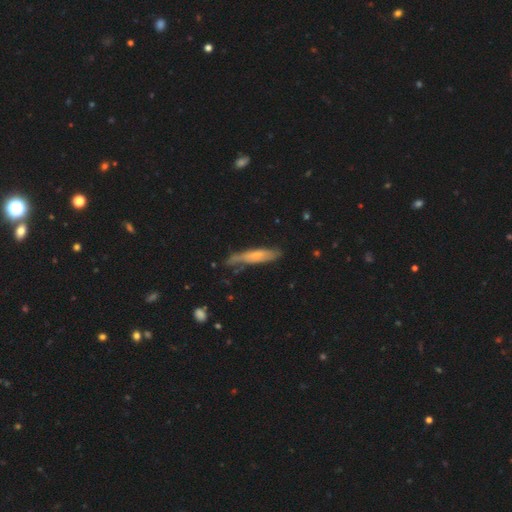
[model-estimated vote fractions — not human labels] Smooth or featured? smooth (50%)
How rounded? cigar-shaped (81%)
Merging? none (55%)